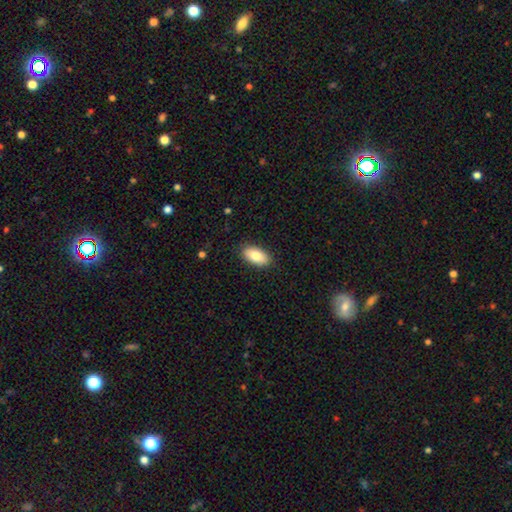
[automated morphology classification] This is likely a smooth galaxy (80%). How rounded: clearly in between (92%). Merging: clearly none (89%).